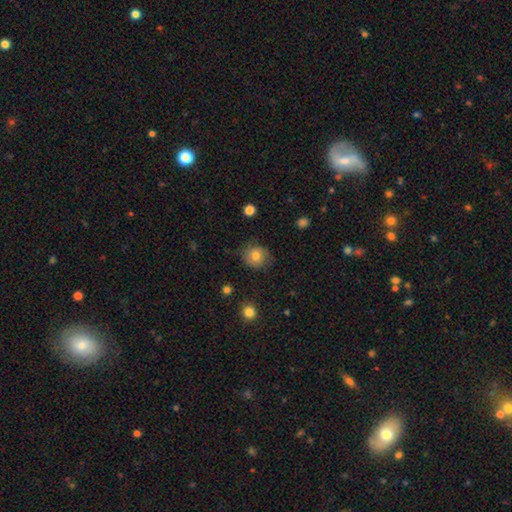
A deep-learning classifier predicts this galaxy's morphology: Q: Smooth or featured?
A: smooth (77%); runner-up: featured or disk (13%)
Q: How rounded?
A: round (82%); runner-up: in between (17%)
Q: Merging?
A: none (77%); runner-up: minor disturbance (17%)